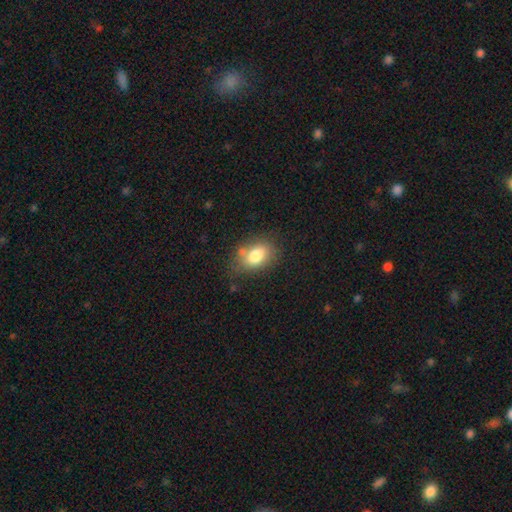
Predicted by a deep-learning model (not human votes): Smooth or featured? smooth (79%)
How rounded? in between (83%)
Merging? none (64%)